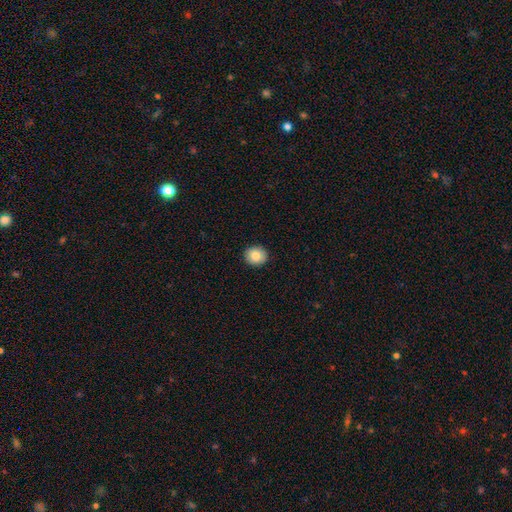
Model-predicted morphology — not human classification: type=smooth (85%); roundness=round (84%); merging=none (91%).